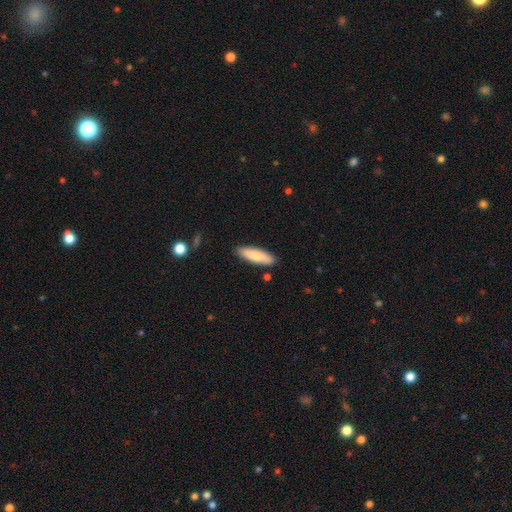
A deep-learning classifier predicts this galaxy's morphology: smooth 81%, featured or disk 14%, star or artifact 5%. Down the decision tree: how rounded — cigar-shaped (62%); merging — none (87%).